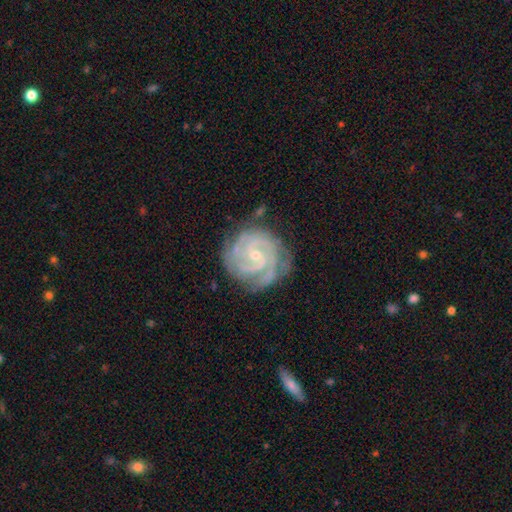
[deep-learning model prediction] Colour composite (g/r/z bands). It shows a featured or disk galaxy (91%) with no bar (62%), 3 (34%) tight (77%) spiral arms (98%) and a small central bulge (77%). Merging: none (75%).